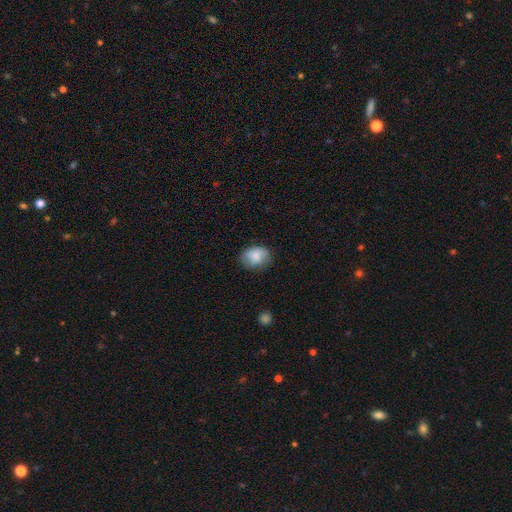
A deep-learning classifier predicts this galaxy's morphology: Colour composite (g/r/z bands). It shows a smooth galaxy with no disk features (82%) that is in between round and cigar-shaped (64%). Merging: none (71%).